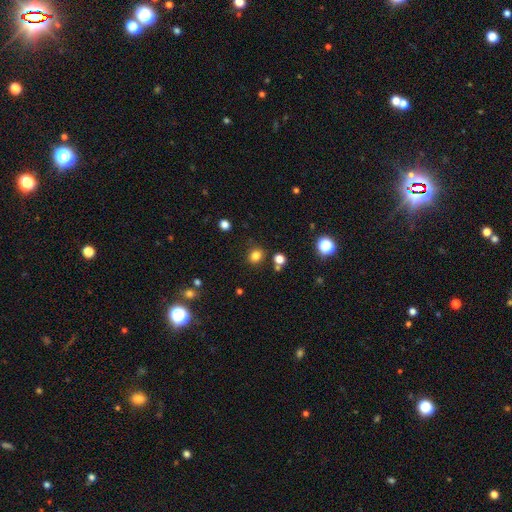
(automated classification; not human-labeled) This appears to be a smooth galaxy with no disk features (81%) that is round (66%). Merging: none (83%).